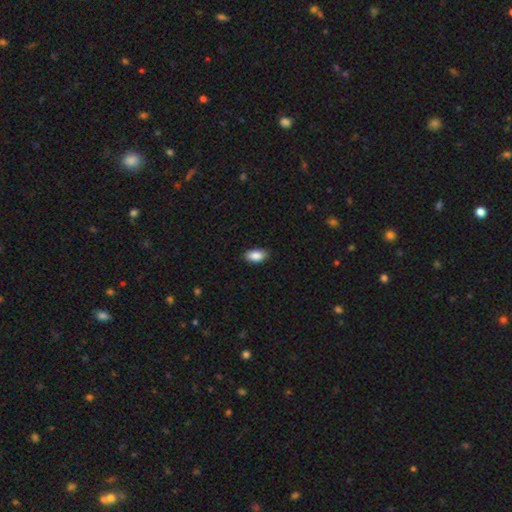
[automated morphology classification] Smooth or featured: smooth — 88% (star or artifact — 7%)
How rounded: in between — 93% (round — 4%)
Merging: none — 88% (minor disturbance — 9%)